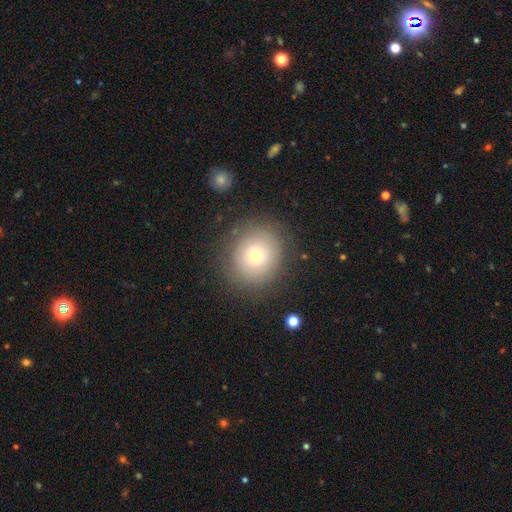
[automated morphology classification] Smooth or featured: smooth — 66% (featured or disk — 21%)
How rounded: round — 84% (in between — 15%)
Merging: none — 83% (minor disturbance — 11%)